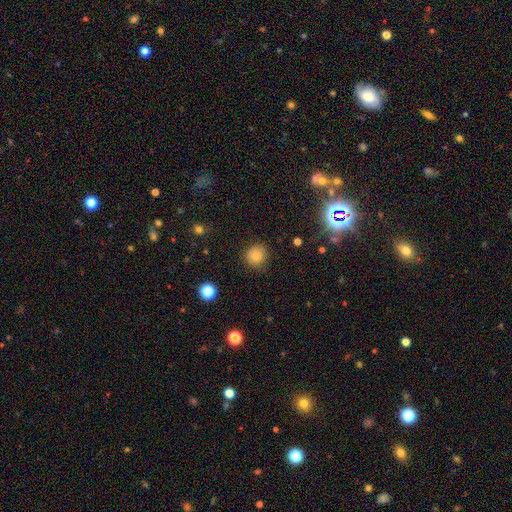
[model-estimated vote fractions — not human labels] This is likely a smooth galaxy (77%). How rounded: clearly round (89%). Merging: clearly none (81%).